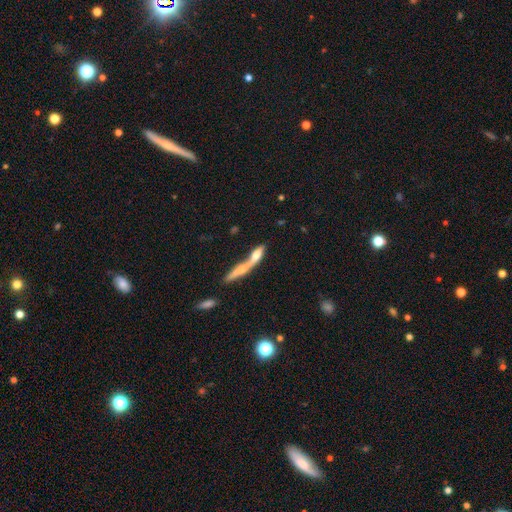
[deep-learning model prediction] A smooth galaxy with no disk features (57%) that is cigar-shaped (60%). Merging: merger (62%).